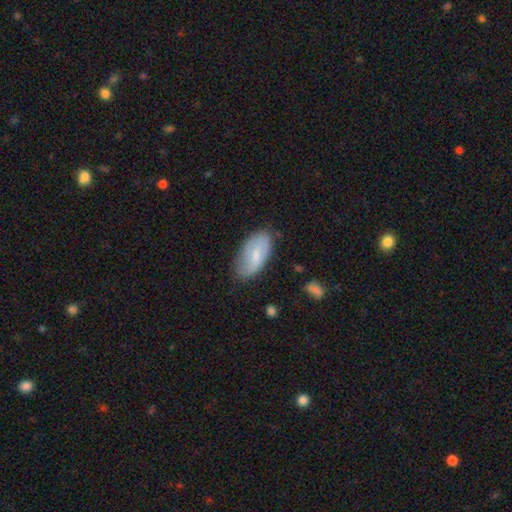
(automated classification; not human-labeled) This appears to be a smooth galaxy with no disk features (59%) that is in between round and cigar-shaped (93%). Merging: none (74%).